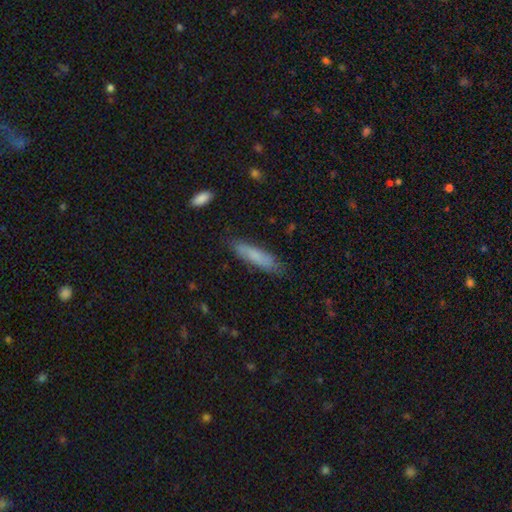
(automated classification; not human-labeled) A smooth galaxy with no disk features (76%) that is cigar-shaped (77%). Merging: none (81%).